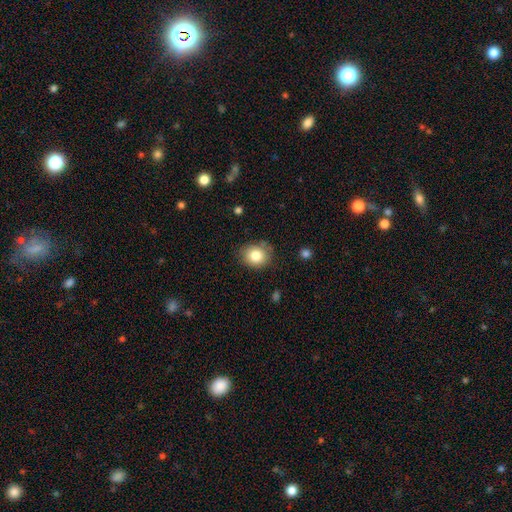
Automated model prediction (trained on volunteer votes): Smooth or featured: smooth — 82% (star or artifact — 9%)
How rounded: round — 65% (in between — 34%)
Merging: none — 78% (minor disturbance — 17%)